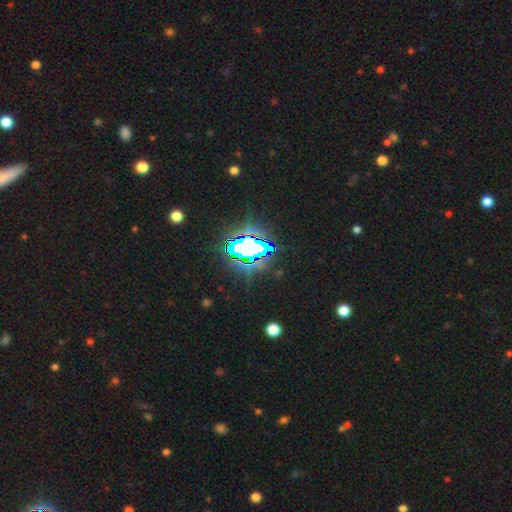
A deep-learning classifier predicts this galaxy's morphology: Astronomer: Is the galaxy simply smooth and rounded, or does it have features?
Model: star or artifact — 71%.